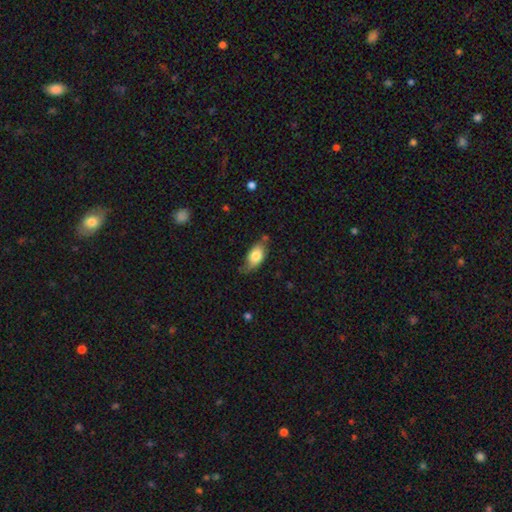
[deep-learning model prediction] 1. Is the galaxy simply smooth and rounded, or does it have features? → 78% smooth, 15% featured or disk, 7% star or artifact.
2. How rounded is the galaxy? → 90% in between, 5% cigar-shaped, 5% round.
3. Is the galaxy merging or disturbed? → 60% none, 29% minor disturbance, 6% major disturbance, 4% merger.